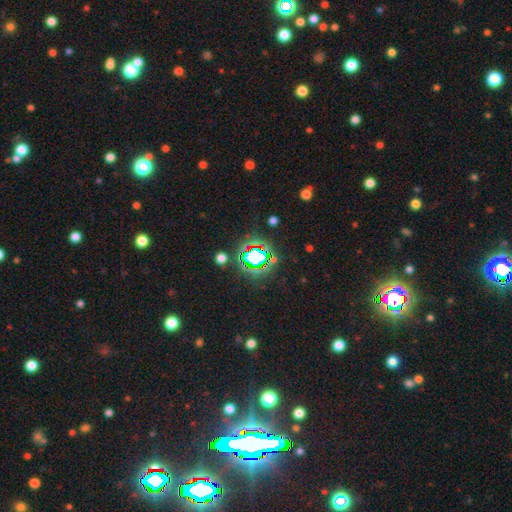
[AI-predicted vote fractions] Overall: star or artifact (68%).